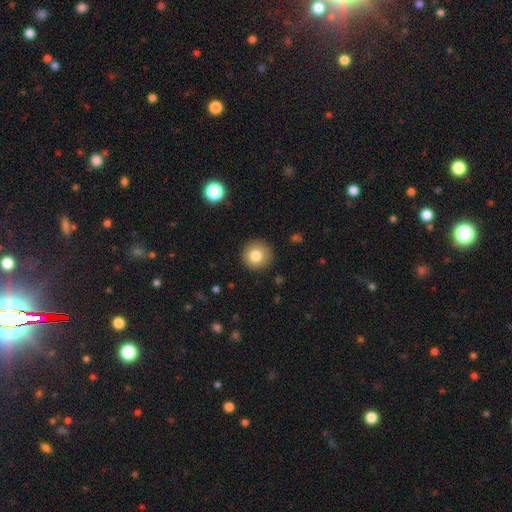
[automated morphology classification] Q: Smooth or featured?
A: smooth (80%); runner-up: featured or disk (10%)
Q: How rounded?
A: round (95%); runner-up: in between (4%)
Q: Merging?
A: none (90%); runner-up: minor disturbance (7%)